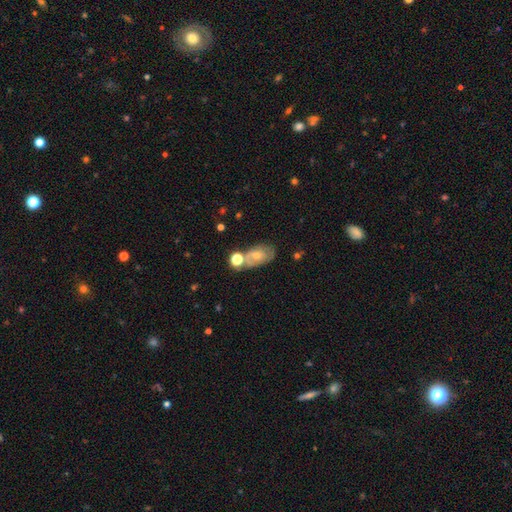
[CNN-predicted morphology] Q: Smooth or featured?
A: smooth (46%); runner-up: featured or disk (43%)
Q: Merging?
A: none (48%); runner-up: merger (22%)